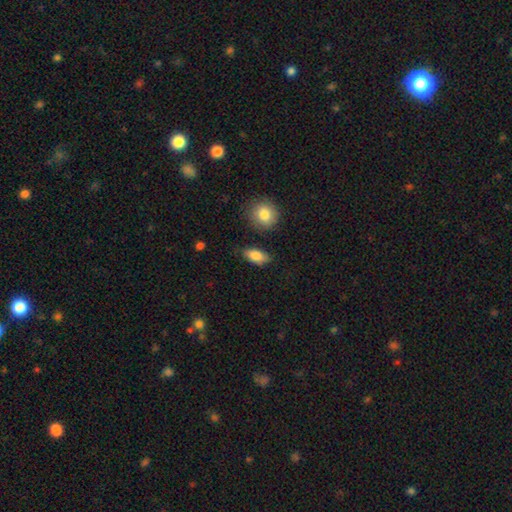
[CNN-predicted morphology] smooth_or_featured: smooth (p=0.84) [alt: featured or disk p=0.09]
how_rounded: in between (p=0.89) [alt: cigar-shaped p=0.06]
merging: none (p=0.77) [alt: minor disturbance p=0.16]